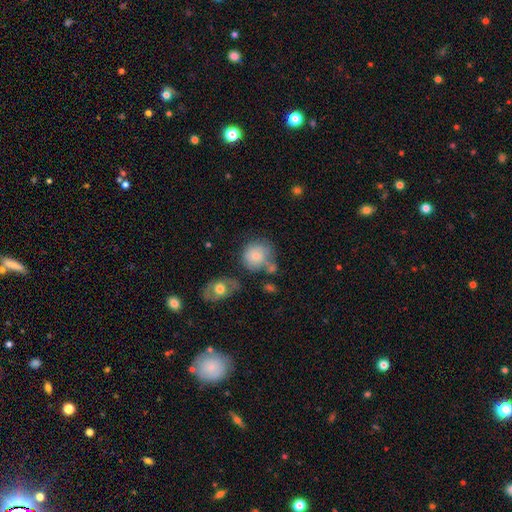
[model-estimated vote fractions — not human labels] Q: Smooth or featured?
A: smooth (75%); runner-up: featured or disk (17%)
Q: How rounded?
A: round (78%); runner-up: in between (21%)
Q: Merging?
A: none (48%); runner-up: minor disturbance (22%)